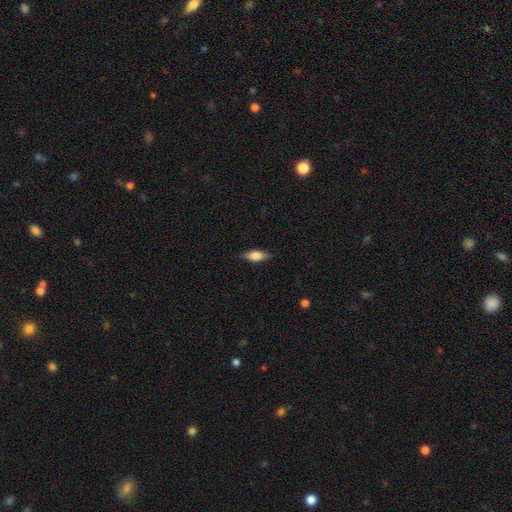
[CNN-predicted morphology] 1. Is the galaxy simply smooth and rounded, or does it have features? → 73% smooth, 20% featured or disk, 7% star or artifact.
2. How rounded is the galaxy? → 73% in between, 24% cigar-shaped, 3% round.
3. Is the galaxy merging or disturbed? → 83% none, 13% minor disturbance, 3% major disturbance, 1% merger.